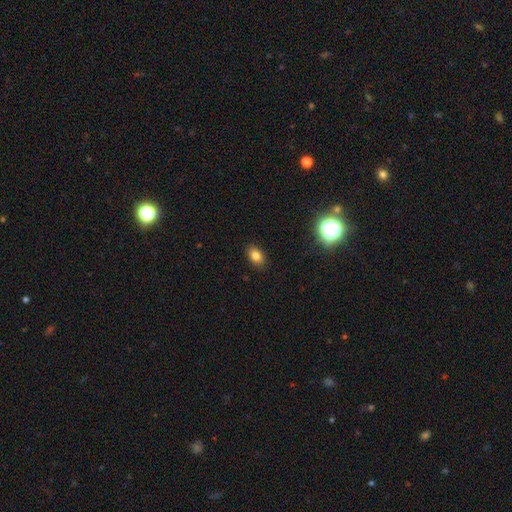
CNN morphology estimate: Smooth or featured? Predicted: smooth (p=0.80). How rounded? Predicted: in between (p=0.80). Merging? Predicted: none (p=0.88).